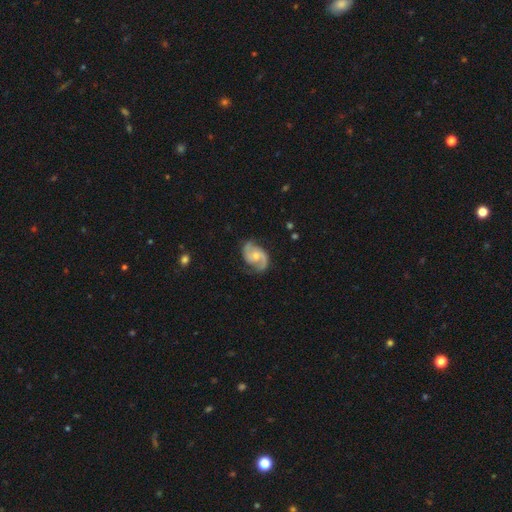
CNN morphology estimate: Overall: featured or disk (88%). Edge-on disk: no (98%). Bar: no (59%; weak 35%). Spiral arms: yes (97%). Spiral arm count: 2 (93%). Spiral winding: medium (54%; loose 26%). Bulge size: moderate (51%; small 42%). Merging: none (79%).